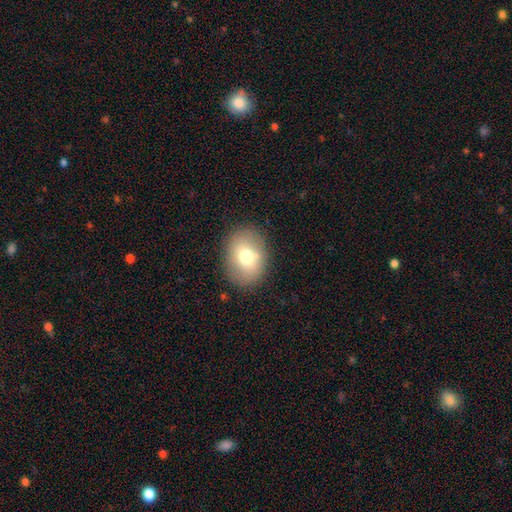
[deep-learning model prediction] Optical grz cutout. It shows a smooth galaxy with no disk features (62%) that is in between round and cigar-shaped (59%). Merging: none (88%).